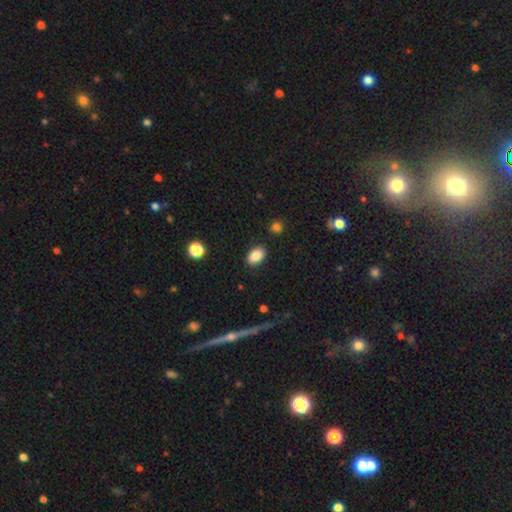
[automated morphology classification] A smooth galaxy with no disk features (86%) that is in between round and cigar-shaped (87%). Merging: none (87%).